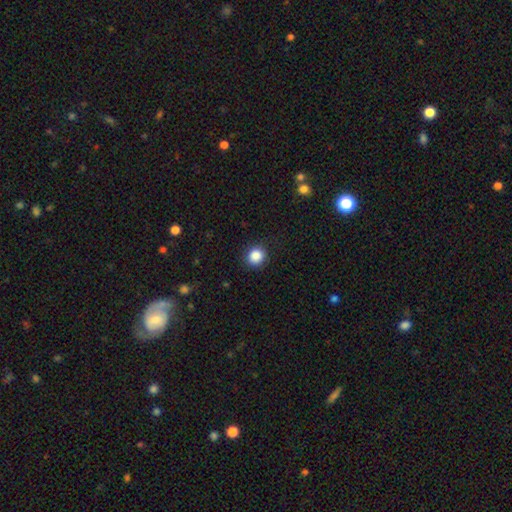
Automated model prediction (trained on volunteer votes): Smooth or featured?
  - smooth: 87% *
  - star or artifact: 9%
  - featured or disk: 3%
How rounded?
  - round: 87% *
  - in between: 12%
  - cigar-shaped: 1%
Merging?
  - none: 89% *
  - minor disturbance: 8%
  - major disturbance: 3%
  - merger: 1%